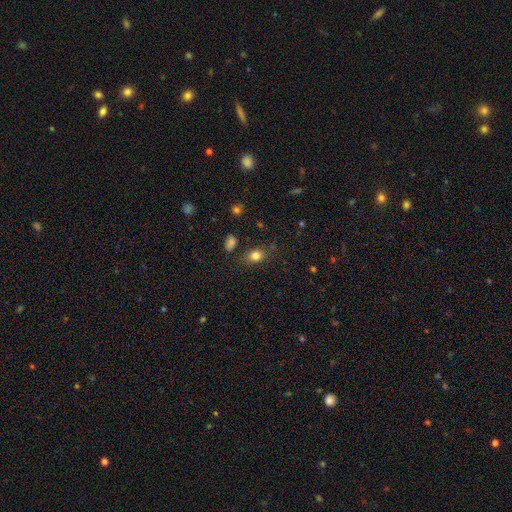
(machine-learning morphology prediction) smooth_or_featured: smooth (p=0.80) [alt: star or artifact p=0.11]
how_rounded: in between (p=0.67) [alt: round p=0.32]
merging: none (p=0.75) [alt: minor disturbance p=0.17]